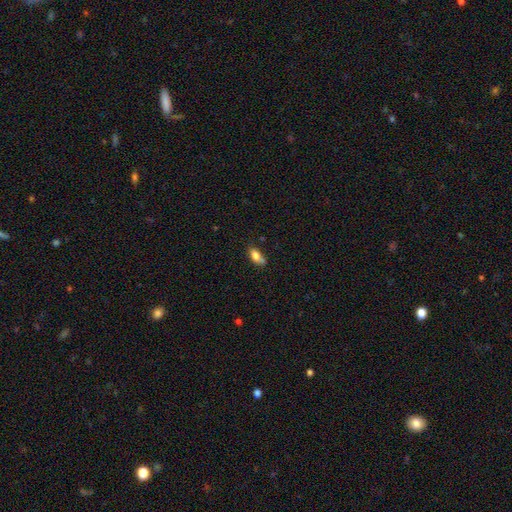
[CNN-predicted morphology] This appears to be a smooth galaxy with no disk features (76%) that is in between round and cigar-shaped (83%). Merging: none (47%).